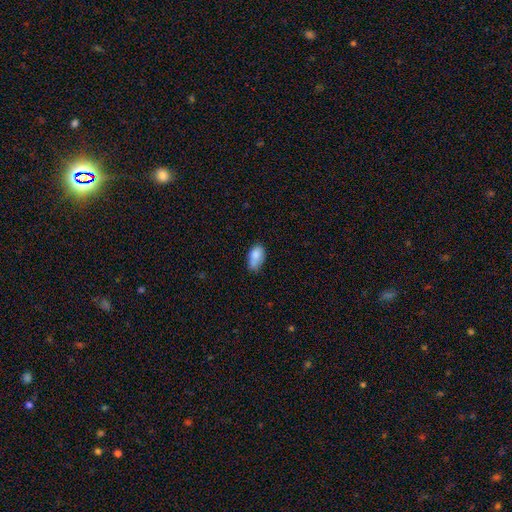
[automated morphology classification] Smooth or featured: smooth — 79% (featured or disk — 12%)
How rounded: in between — 90% (round — 8%)
Merging: none — 44% (minor disturbance — 30%)